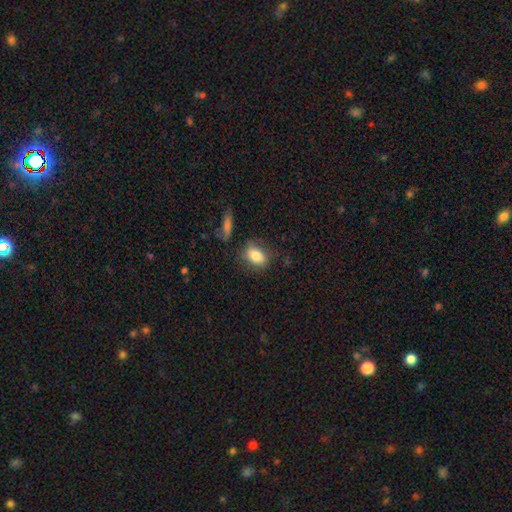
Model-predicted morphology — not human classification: smooth-or-featured: smooth: 81% | featured or disk: 10% | star or artifact: 8%
  how-rounded: in between: 78% | round: 19% | cigar-shaped: 3%
  merging: none: 73% | minor disturbance: 17% | major disturbance: 5% | merger: 5%